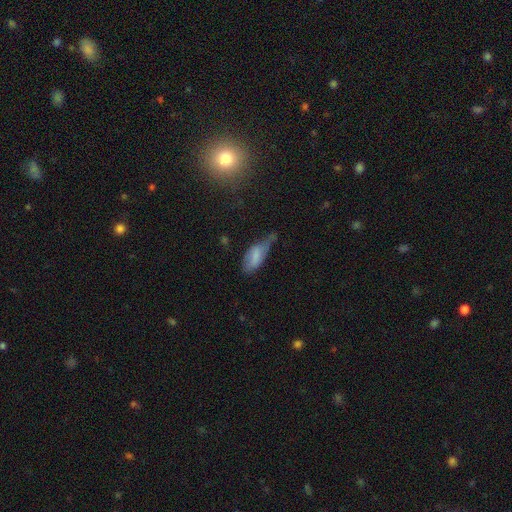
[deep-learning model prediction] This appears to be a smooth galaxy with no disk features (68%) that is in between round and cigar-shaped (83%). Merging: minor disturbance (41%).